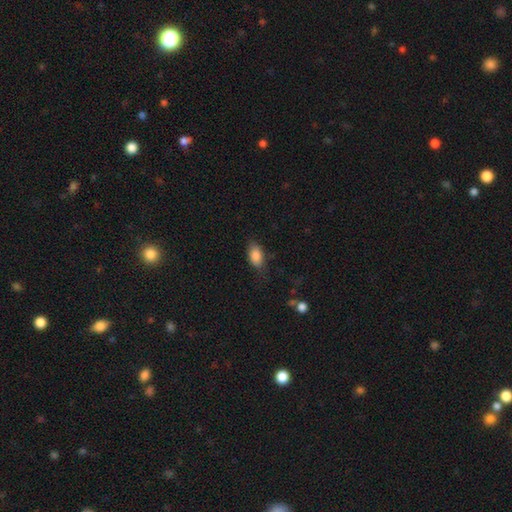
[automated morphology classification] type=smooth (86%); roundness=in between (90%); merging=none (72%).